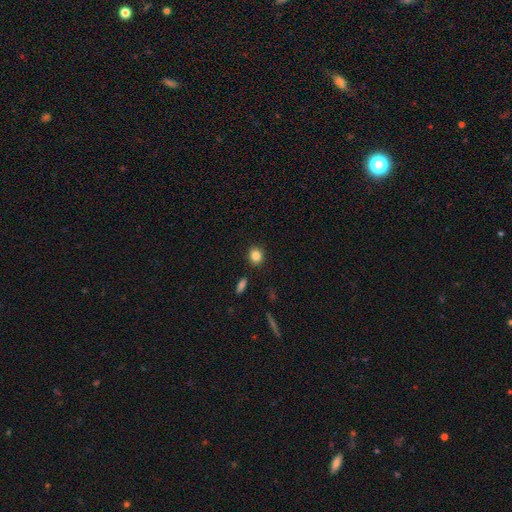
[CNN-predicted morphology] Q: Smooth or featured?
A: smooth (84%); runner-up: star or artifact (10%)
Q: How rounded?
A: round (73%); runner-up: in between (26%)
Q: Merging?
A: none (88%); runner-up: minor disturbance (8%)